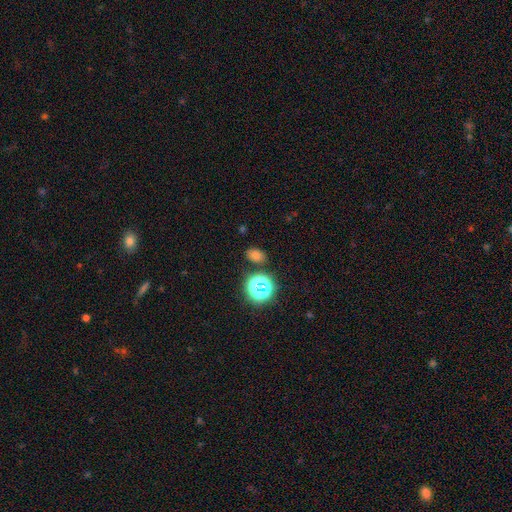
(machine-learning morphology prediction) Overall: smooth (64%; star or artifact 29%). How rounded: in between (61%; round 37%). Merging: none (83%).